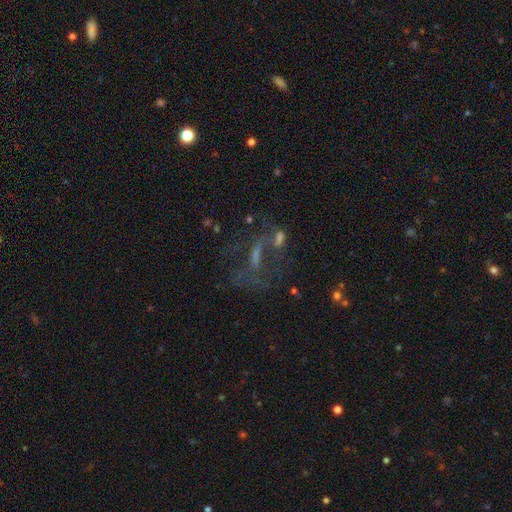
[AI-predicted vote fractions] A featured or disk galaxy (50%). Merging: none (39%).